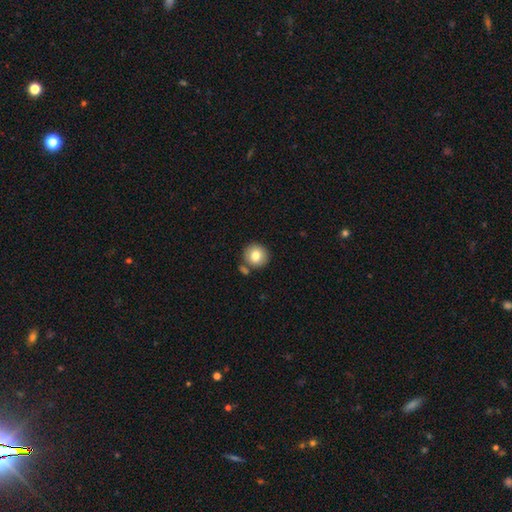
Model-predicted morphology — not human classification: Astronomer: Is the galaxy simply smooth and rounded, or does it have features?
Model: smooth — 81%.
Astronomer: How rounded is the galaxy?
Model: round — 91%.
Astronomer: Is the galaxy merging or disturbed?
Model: none — 77%.